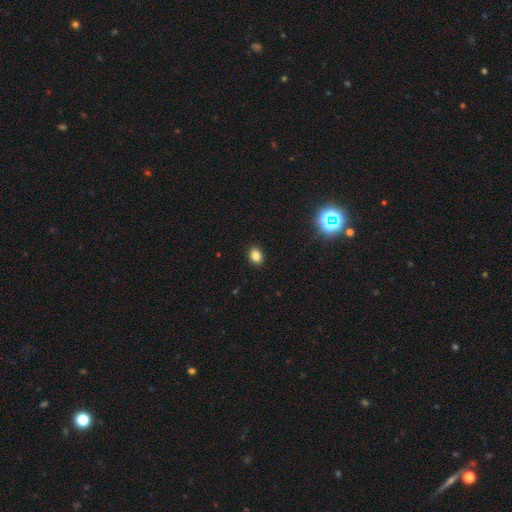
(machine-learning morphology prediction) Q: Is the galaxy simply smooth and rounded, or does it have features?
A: smooth — 82%.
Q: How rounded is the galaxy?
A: in between — 59%.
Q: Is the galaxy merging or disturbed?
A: none — 91%.